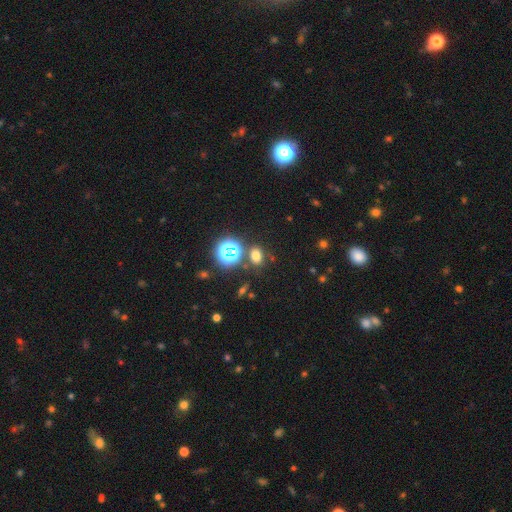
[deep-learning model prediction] Smooth or featured? smooth (64%)
How rounded? in between (62%)
Merging? none (76%)